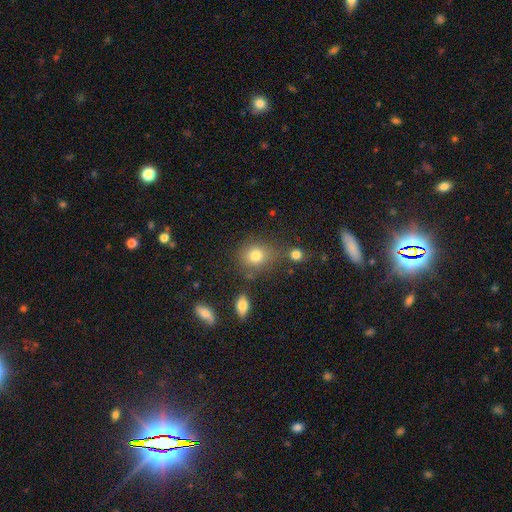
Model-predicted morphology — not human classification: This appears to be a smooth galaxy with no disk features (79%) that is round (70%). Merging: none (69%).